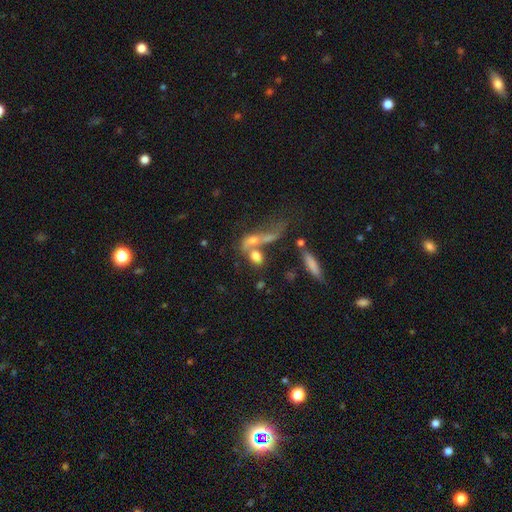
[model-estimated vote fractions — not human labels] The model was most divided on "merging": merger: 54%, none: 24%, major disturbance: 13%, minor disturbance: 9%. More confident: how rounded — in between (65%); smooth or featured — smooth (64%).